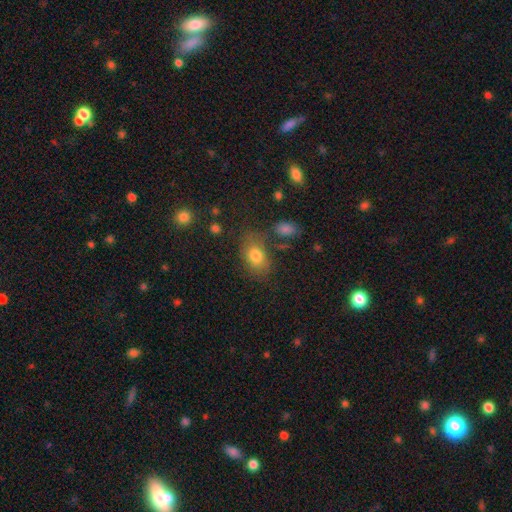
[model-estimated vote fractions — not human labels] A smooth galaxy with no disk features (78%) that is in between round and cigar-shaped (80%). Merging: none (67%).